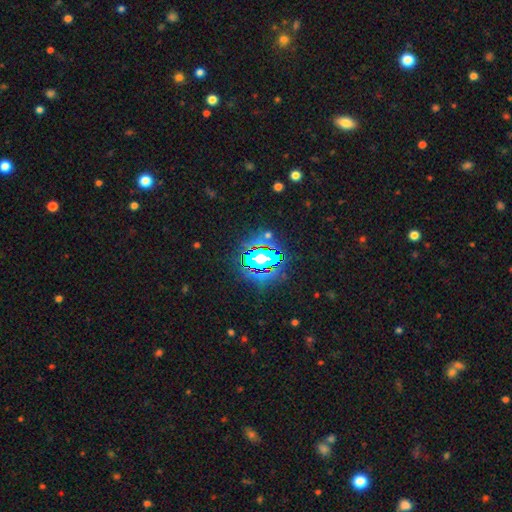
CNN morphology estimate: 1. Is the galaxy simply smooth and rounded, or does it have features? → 82% star or artifact, 11% smooth, 7% featured or disk.